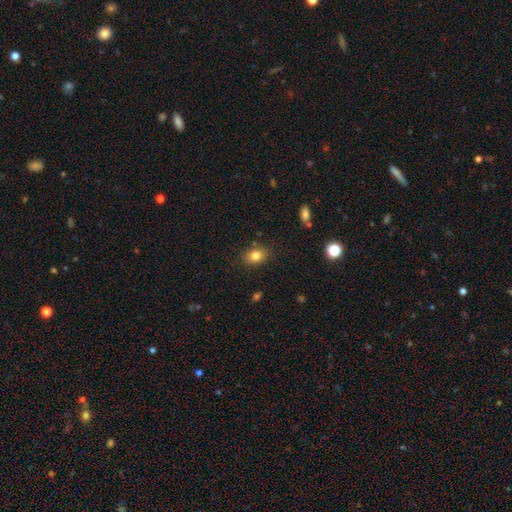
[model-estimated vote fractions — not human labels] smooth 82%, star or artifact 11%, featured or disk 8%. Down the decision tree: how rounded — in between (58%); merging — none (84%).